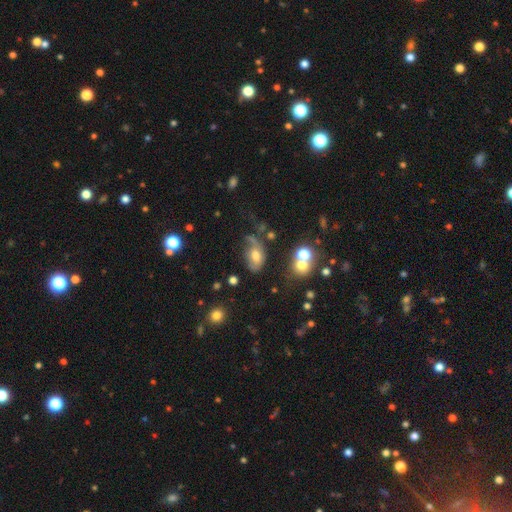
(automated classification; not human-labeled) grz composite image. It shows a smooth galaxy with no disk features (51%) that is in between round and cigar-shaped (84%). Merging: none (33%).